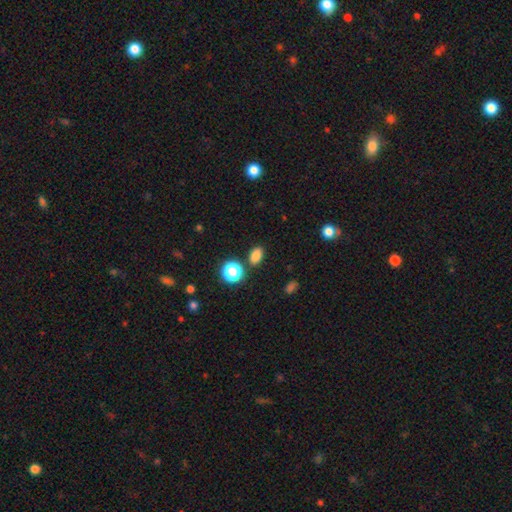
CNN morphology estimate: Smooth or featured? Predicted: smooth (p=0.82). How rounded? Predicted: in between (p=0.76). Merging? Predicted: none (p=0.80).